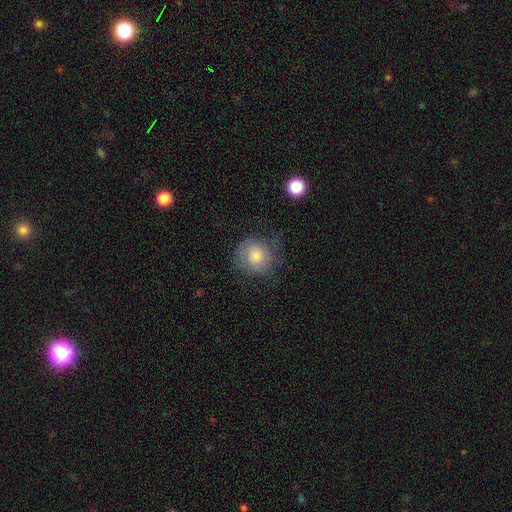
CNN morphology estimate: This is likely a smooth galaxy (63%). How rounded: clearly round (85%). Merging: likely none (64%).